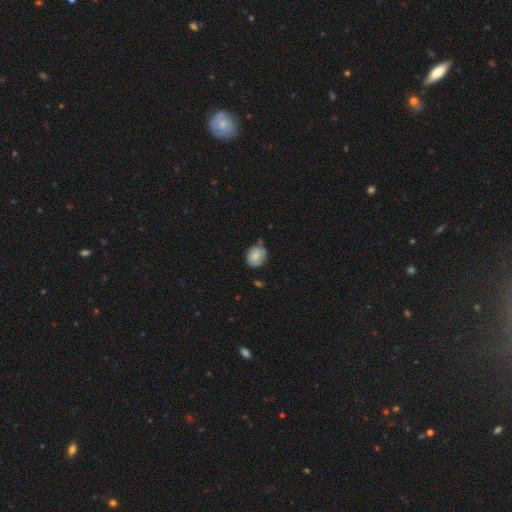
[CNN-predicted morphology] A smooth galaxy with no disk features (73%) that is round (70%). Merging: none (66%).